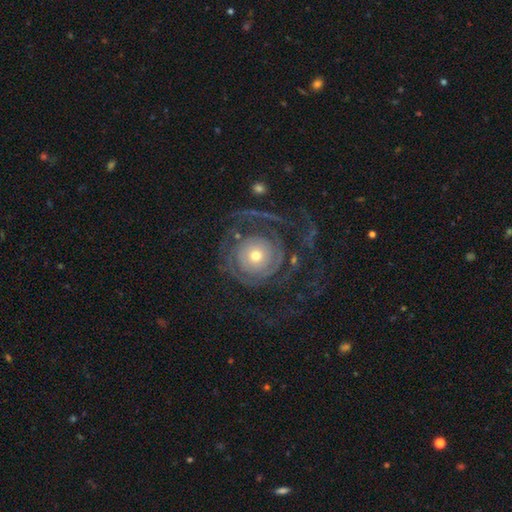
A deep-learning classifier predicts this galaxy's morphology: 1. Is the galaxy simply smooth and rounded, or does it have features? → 81% featured or disk, 13% smooth, 7% star or artifact.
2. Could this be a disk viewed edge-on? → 97% no, 3% yes.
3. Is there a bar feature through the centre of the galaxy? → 84% no, 11% weak, 4% strong.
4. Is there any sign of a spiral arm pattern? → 88% yes, 12% no.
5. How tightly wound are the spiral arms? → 62% tight, 22% medium, 16% loose.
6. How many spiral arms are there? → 33% 2, 25% can't tell, 14% 3, 13% 1, 8% 4, 7% more than 4.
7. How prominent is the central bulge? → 52% small, 40% moderate, 5% large, 2% dominant, 1% none.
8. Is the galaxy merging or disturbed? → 57% none, 28% major disturbance, 13% minor disturbance, 2% merger.